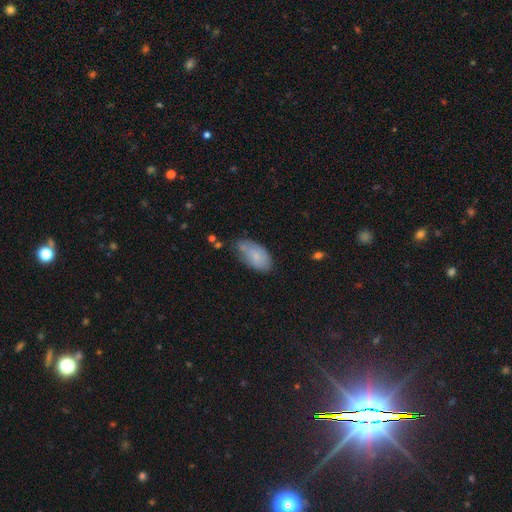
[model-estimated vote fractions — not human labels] A smooth galaxy with no disk features (74%) that is in between round and cigar-shaped (94%).

Vote fractions:
- Smooth or featured? smooth: 74% / featured or disk: 19% / star or artifact: 7%
- How rounded? in between: 94% / round: 3% / cigar-shaped: 3%
- Merging? none: 50% / minor disturbance: 36% / major disturbance: 9% / merger: 4%